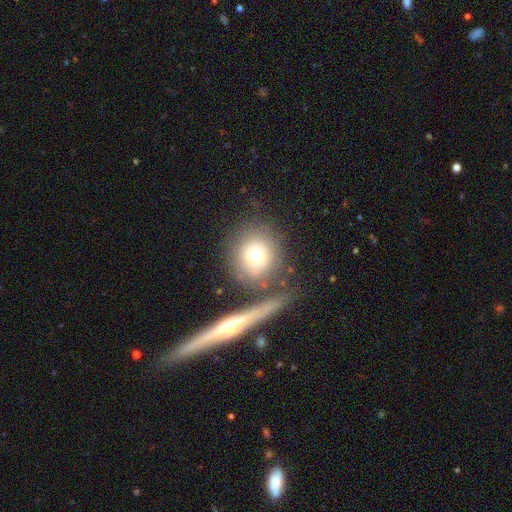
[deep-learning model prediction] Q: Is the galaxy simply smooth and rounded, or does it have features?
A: smooth — 70%.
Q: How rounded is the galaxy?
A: round — 85%.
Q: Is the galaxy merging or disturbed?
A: none — 68%.